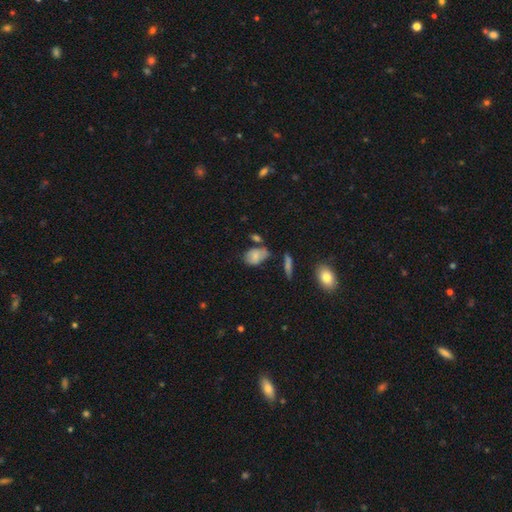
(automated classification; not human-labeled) Smooth or featured? smooth (72%)
How rounded? in between (83%)
Merging? none (45%)